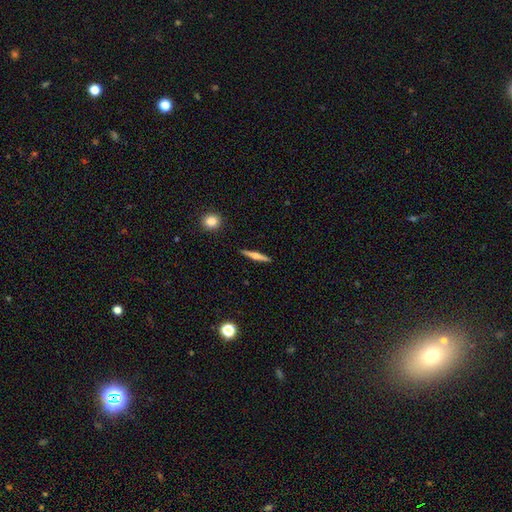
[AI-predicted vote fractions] Smooth or featured?
  - featured or disk: 60% *
  - smooth: 33%
  - star or artifact: 6%
Edge-on disk?
  - yes: 97% *
  - no: 3%
Edge-on bulge?
  - rounded: 87% *
  - boxy: 7%
  - none: 6%
Merging?
  - none: 91% *
  - minor disturbance: 6%
  - major disturbance: 1%
  - merger: 1%